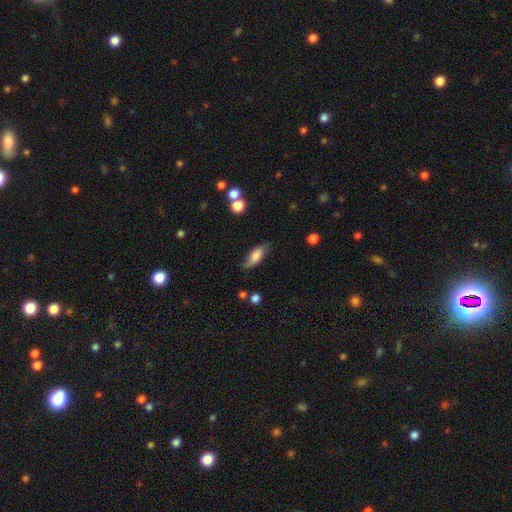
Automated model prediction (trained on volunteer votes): Morphology: type=smooth (69%); roundness=in between (76%); merging=none (72%).